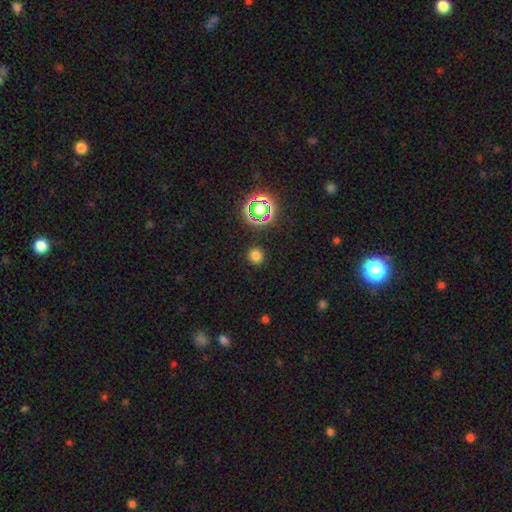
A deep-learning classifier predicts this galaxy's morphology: This is likely a smooth galaxy (73%). How rounded: clearly round (91%). Merging: clearly none (90%).